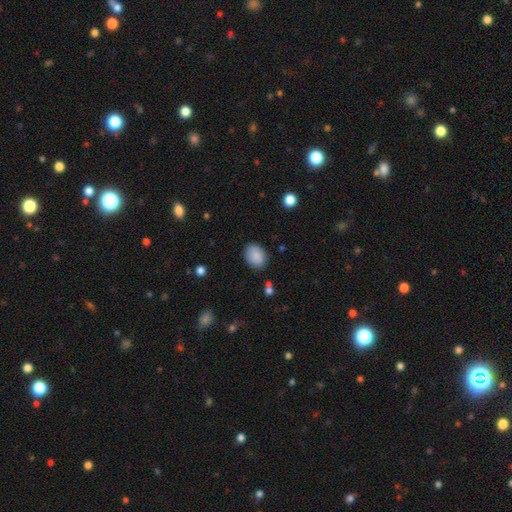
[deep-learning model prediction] The model was most divided on "how rounded": in between: 64%, round: 35%, cigar-shaped: 1%. More confident: smooth or featured — smooth (87%); merging — none (83%).